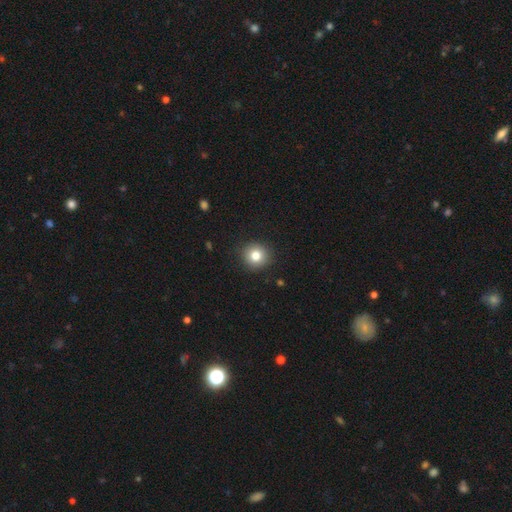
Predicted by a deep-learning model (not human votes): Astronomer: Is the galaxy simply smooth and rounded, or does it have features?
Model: smooth — 81%.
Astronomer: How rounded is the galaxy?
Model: round — 91%.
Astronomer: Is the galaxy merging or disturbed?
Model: none — 91%.